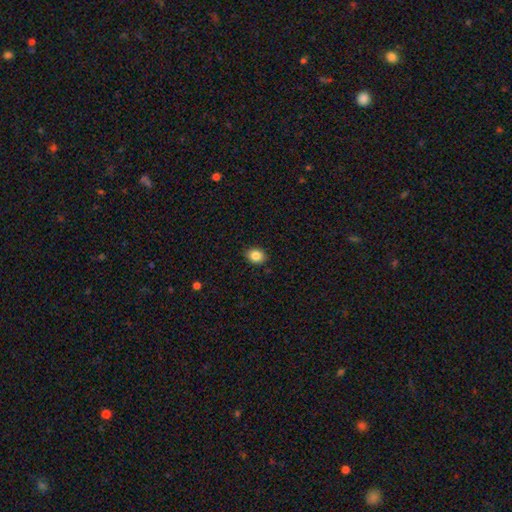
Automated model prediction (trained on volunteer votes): smooth 85%, star or artifact 9%, featured or disk 6%. Down the decision tree: how rounded — in between (55%); merging — none (89%).